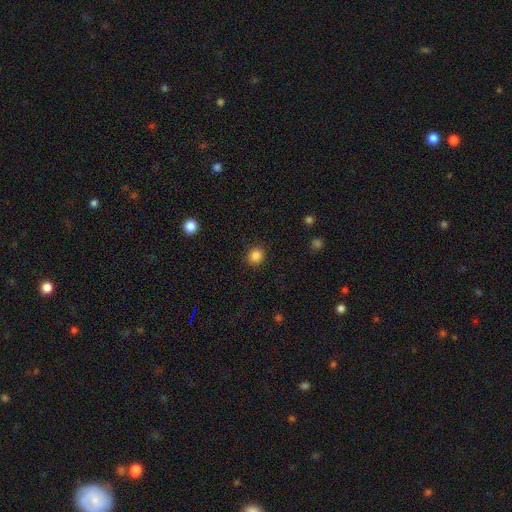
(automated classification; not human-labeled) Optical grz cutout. It shows a smooth galaxy with no disk features (86%) that is round (78%). Merging: none (90%).